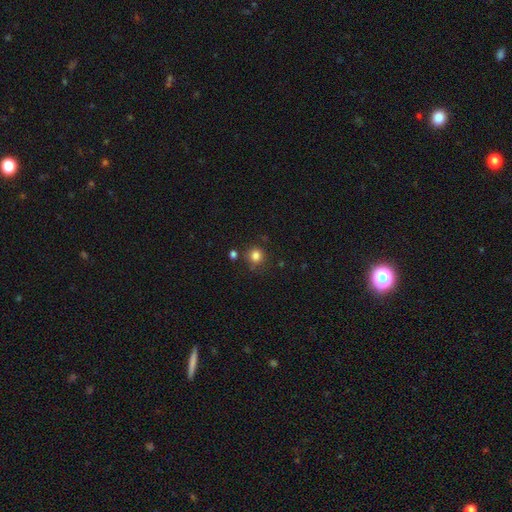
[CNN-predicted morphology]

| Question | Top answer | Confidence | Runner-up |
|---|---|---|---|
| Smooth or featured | smooth | 83% | star or artifact (12%) |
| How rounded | round | 89% | in between (10%) |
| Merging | none | 79% | minor disturbance (11%) |